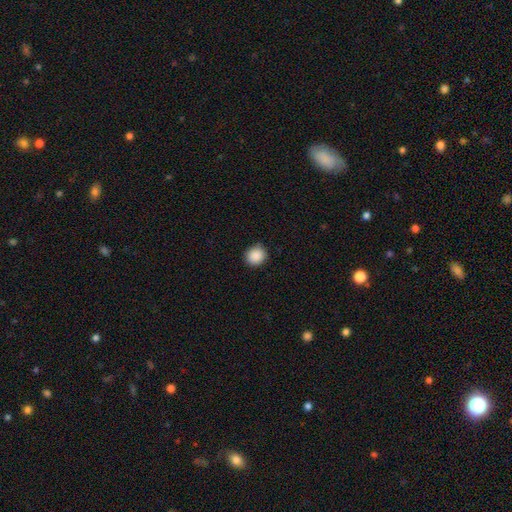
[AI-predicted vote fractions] This is clearly a smooth galaxy (90%). How rounded: clearly round (84%). Merging: clearly none (88%).